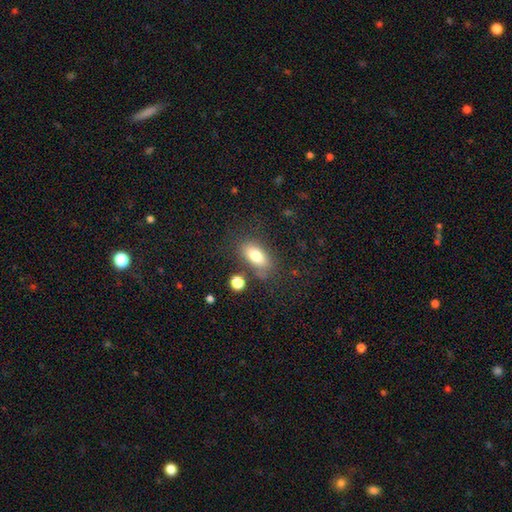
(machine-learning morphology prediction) Smooth or featured?
  - smooth: 77% *
  - featured or disk: 14%
  - star or artifact: 9%
How rounded?
  - in between: 86% *
  - cigar-shaped: 9%
  - round: 6%
Merging?
  - none: 71% *
  - minor disturbance: 16%
  - merger: 7%
  - major disturbance: 6%